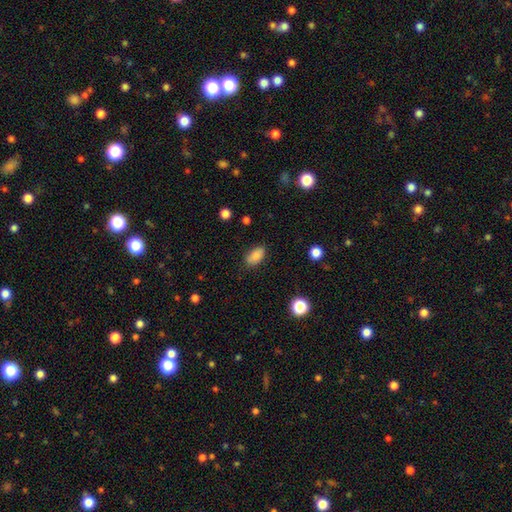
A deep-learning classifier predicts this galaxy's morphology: Smooth or featured? Predicted: smooth (p=0.84). How rounded? Predicted: in between (p=0.91). Merging? Predicted: none (p=0.83).